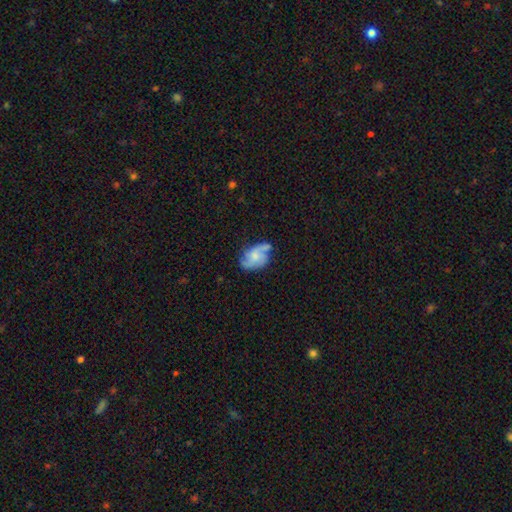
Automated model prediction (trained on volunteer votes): Morphology: type=featured or disk (70%); edge-on=no (98%); bar=no (70%); spiral arms=yes (90%); winding=medium (46%); arm count=3 (52%); bulge=small (41%); merging=none (53%).